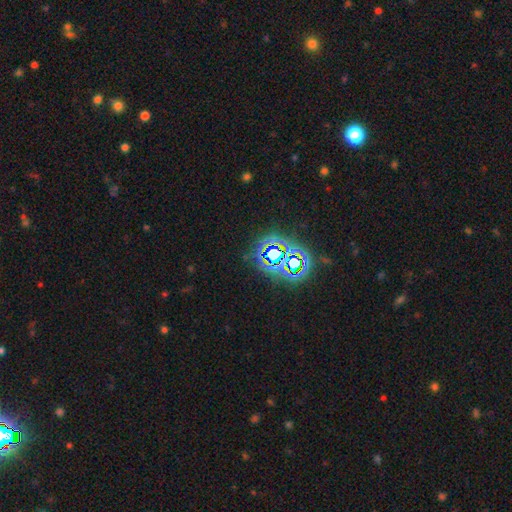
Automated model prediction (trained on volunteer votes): The model was most divided on "smooth or featured": star or artifact: 73%, smooth: 16%, featured or disk: 11%.